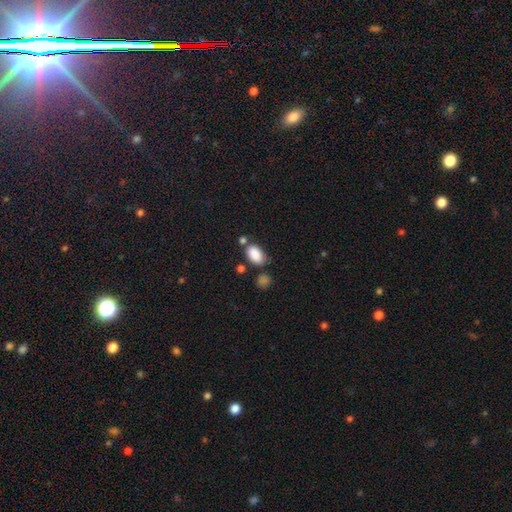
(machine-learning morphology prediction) A smooth galaxy with no disk features (87%) that is in between round and cigar-shaped (90%).

Vote fractions:
- Smooth or featured? smooth: 87% / star or artifact: 8% / featured or disk: 5%
- How rounded? in between: 90% / round: 8% / cigar-shaped: 2%
- Merging? none: 58% / minor disturbance: 20% / merger: 16% / major disturbance: 6%